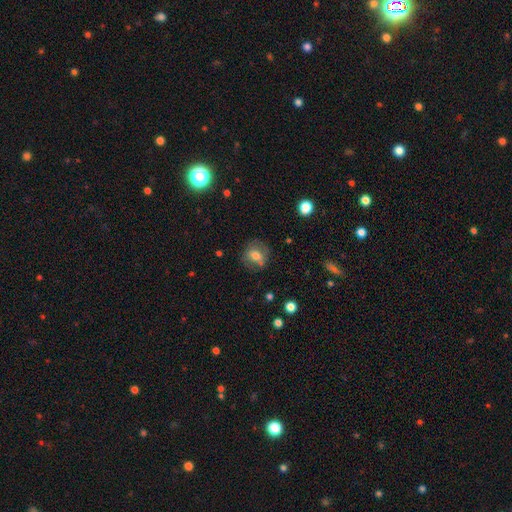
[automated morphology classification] Smooth or featured? smooth (66%)
How rounded? round (69%)
Merging? none (71%)